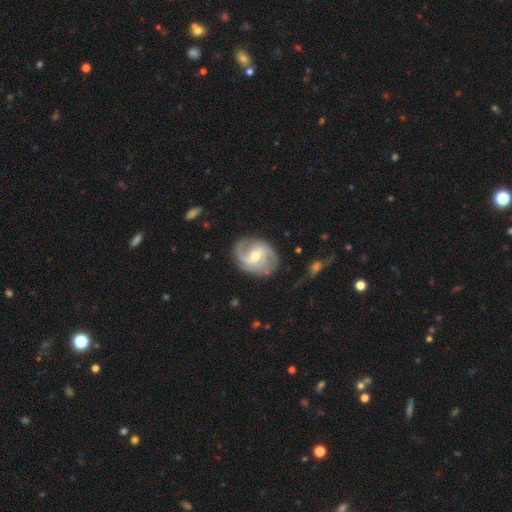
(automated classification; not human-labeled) Morphology: type=featured or disk (87%); edge-on=no (98%); bar=weak (49%); spiral arms=yes (97%); winding=medium (49%); arm count=2 (62%); bulge=moderate (61%); merging=none (74%).